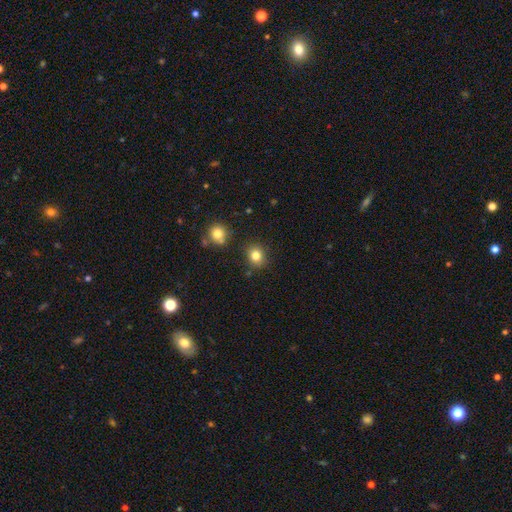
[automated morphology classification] A smooth galaxy with no disk features (82%) that is round (76%). Merging: none (85%).